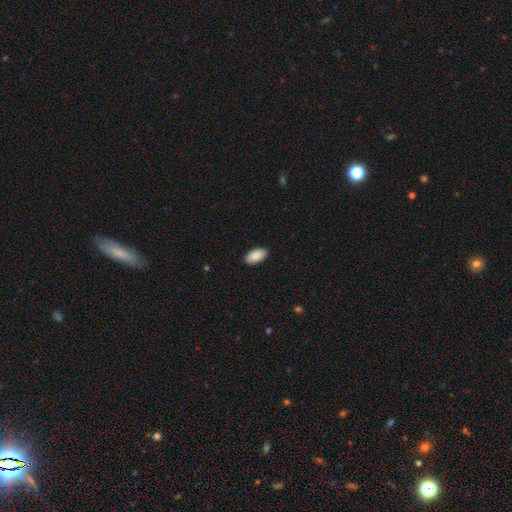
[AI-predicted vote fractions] smooth 89%, star or artifact 6%, featured or disk 5%. Down the decision tree: how rounded — in between (95%); merging — none (89%).